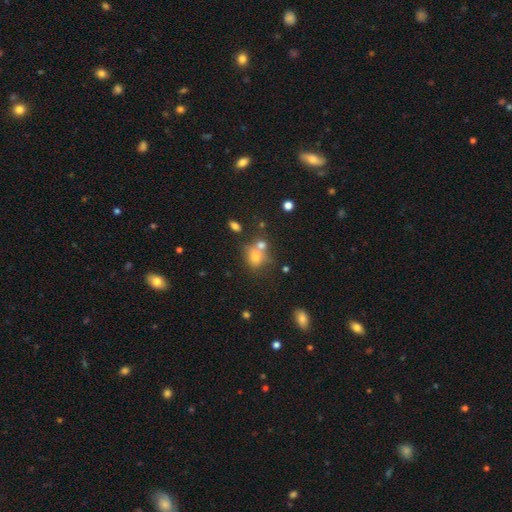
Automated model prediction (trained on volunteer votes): This appears to be a smooth galaxy with no disk features (67%) that is round (61%). Merging: none (47%).